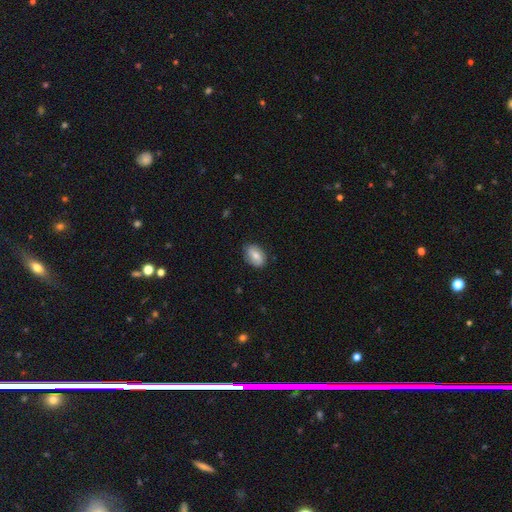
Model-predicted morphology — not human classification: Smooth or featured?
  - smooth: 65% *
  - featured or disk: 27%
  - star or artifact: 7%
How rounded?
  - in between: 81% *
  - round: 18%
  - cigar-shaped: 1%
Merging?
  - none: 79% *
  - minor disturbance: 17%
  - major disturbance: 3%
  - merger: 1%